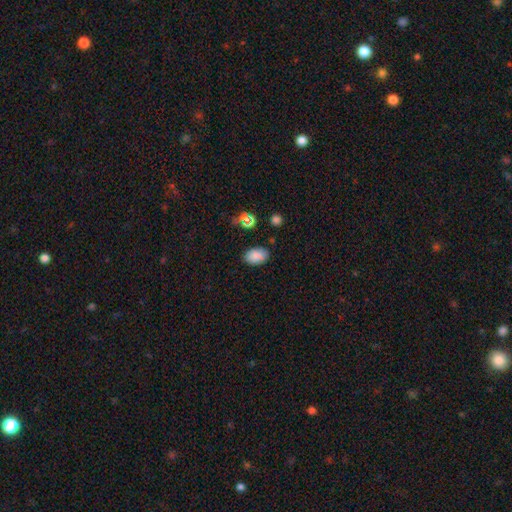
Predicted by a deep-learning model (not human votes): The model was most divided on "merging": none: 81%, minor disturbance: 14%, major disturbance: 3%, merger: 2%. More confident: how rounded — in between (88%); smooth or featured — smooth (84%).